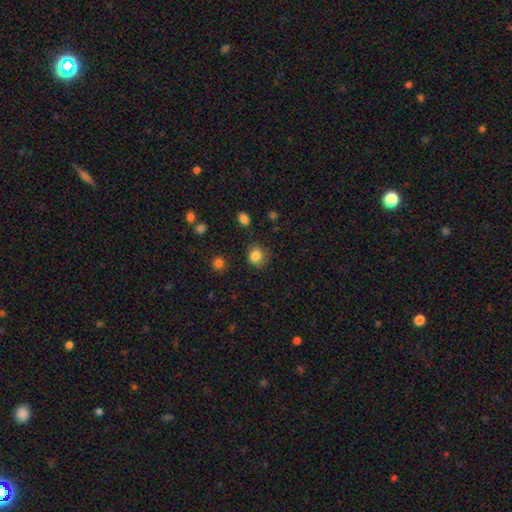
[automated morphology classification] Smooth or featured? smooth (84%)
How rounded? round (84%)
Merging? none (84%)